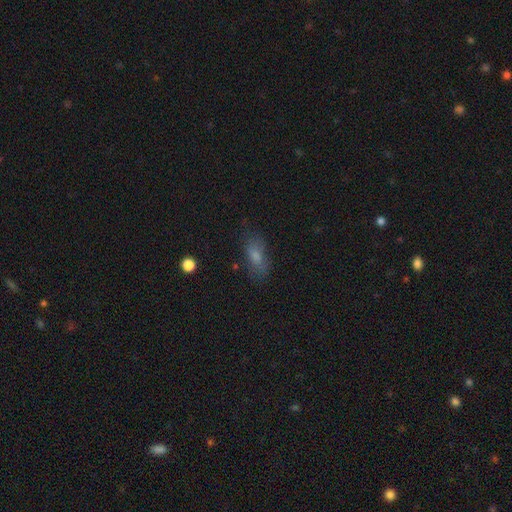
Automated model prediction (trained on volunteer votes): Overall: smooth (63%). How rounded: in between (74%). Merging: none (72%).